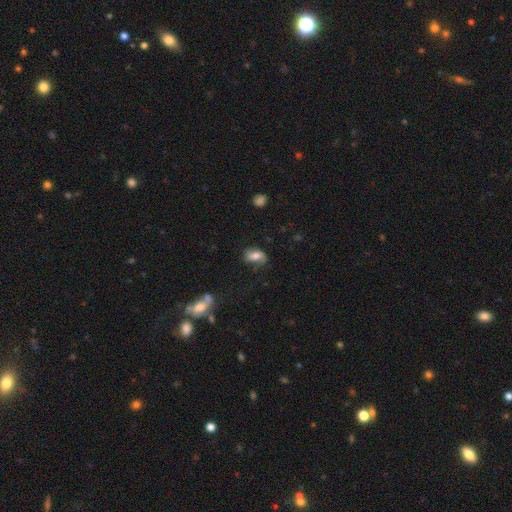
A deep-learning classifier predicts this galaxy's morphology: smooth_or_featured: smooth (p=0.60) [alt: featured or disk p=0.31]
how_rounded: in between (p=0.86) [alt: round p=0.10]
merging: none (p=0.59) [alt: minor disturbance p=0.26]